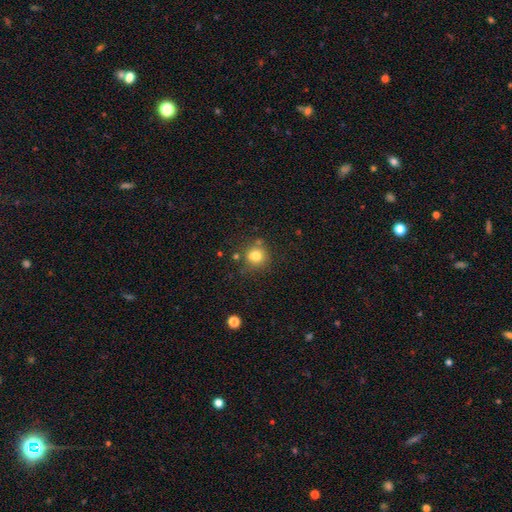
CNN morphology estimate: type=smooth (78%); roundness=round (85%); merging=none (69%).